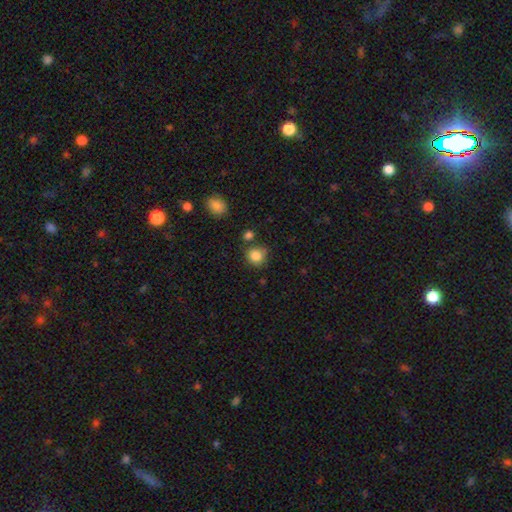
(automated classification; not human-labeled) A smooth galaxy with no disk features (85%) that is round (84%). Merging: none (69%).